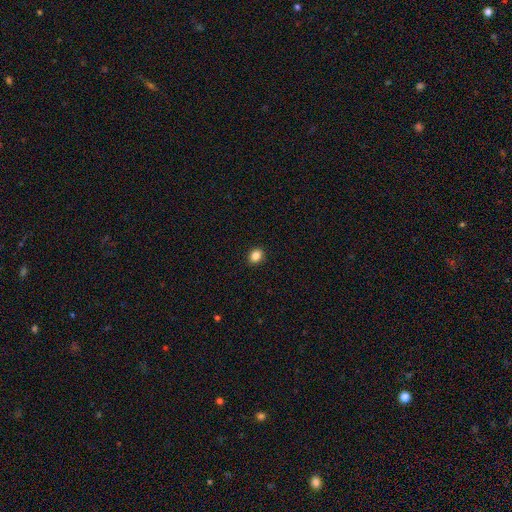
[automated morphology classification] This is clearly a smooth galaxy (86%). How rounded: possibly round (54%). Merging: clearly none (91%).